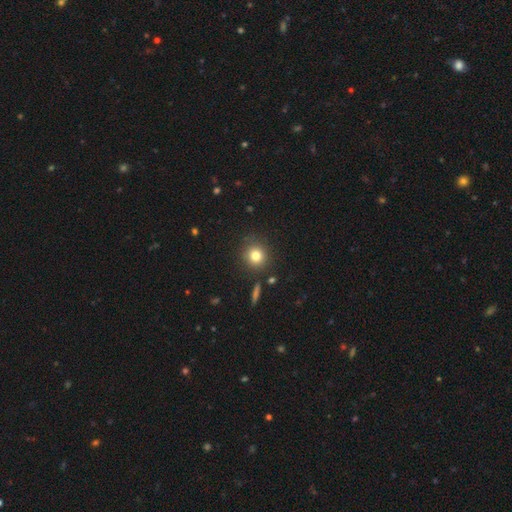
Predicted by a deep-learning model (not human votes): smooth 79%, star or artifact 12%, featured or disk 8%. Down the decision tree: how rounded — round (90%); merging — none (86%).